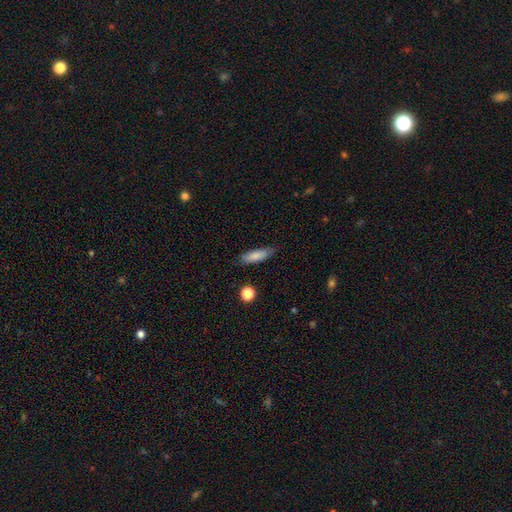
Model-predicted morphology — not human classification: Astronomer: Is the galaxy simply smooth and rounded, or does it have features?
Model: smooth — 84%.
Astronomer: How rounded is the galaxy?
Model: cigar-shaped — 54% (runner-up: in between, 44%).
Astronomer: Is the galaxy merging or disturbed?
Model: none — 82%.